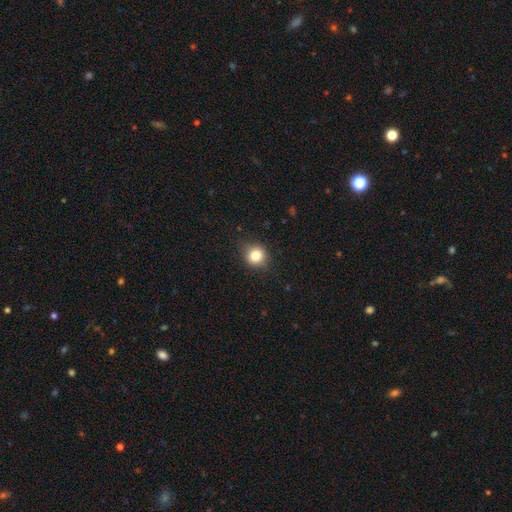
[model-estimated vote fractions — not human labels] smooth 83%, star or artifact 11%, featured or disk 6%. Down the decision tree: how rounded — round (85%); merging — none (84%).